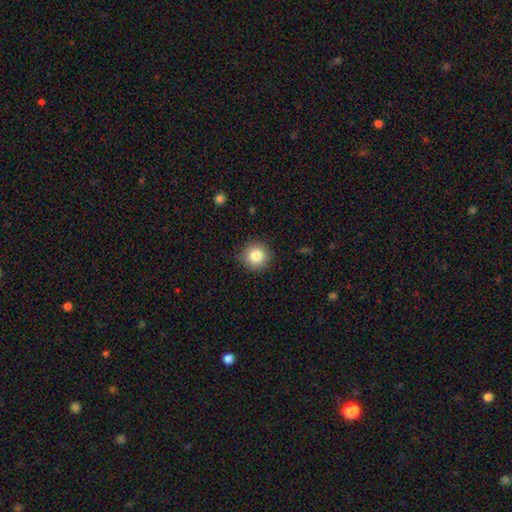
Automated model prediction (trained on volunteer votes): Smooth or featured?
  - smooth: 83% *
  - star or artifact: 10%
  - featured or disk: 7%
How rounded?
  - round: 93% *
  - in between: 6%
  - cigar-shaped: 1%
Merging?
  - none: 88% *
  - minor disturbance: 9%
  - major disturbance: 2%
  - merger: 1%